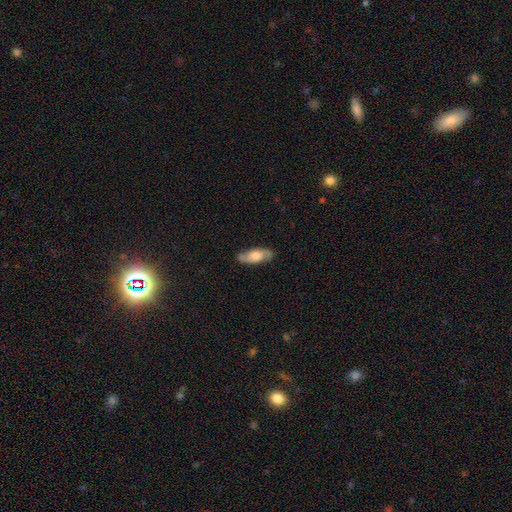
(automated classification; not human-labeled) featured or disk 50%, smooth 43%, star or artifact 6%. Down the decision tree: edge-on disk — no (79%); merging — none (80%).